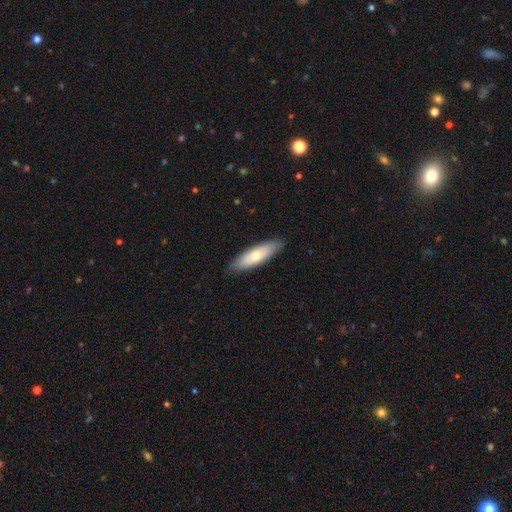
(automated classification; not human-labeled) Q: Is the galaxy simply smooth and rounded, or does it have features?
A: smooth — 65%.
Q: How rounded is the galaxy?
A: cigar-shaped — 56%.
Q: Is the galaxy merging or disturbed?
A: none — 87%.